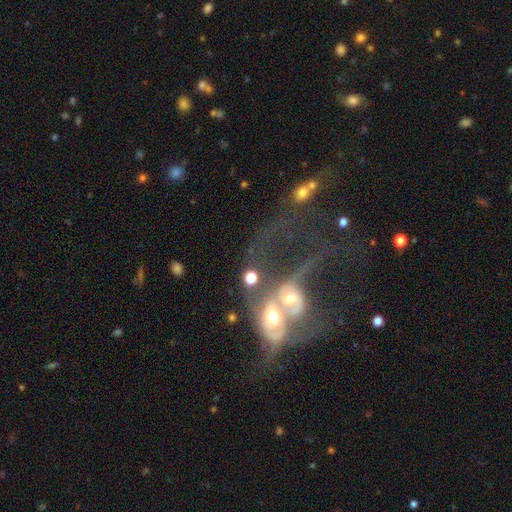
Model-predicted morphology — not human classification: type=featured or disk (65%); edge-on=no (94%); bar=no (74%); spiral arms=no (57%); bulge=moderate (53%); merging=merger (74%).